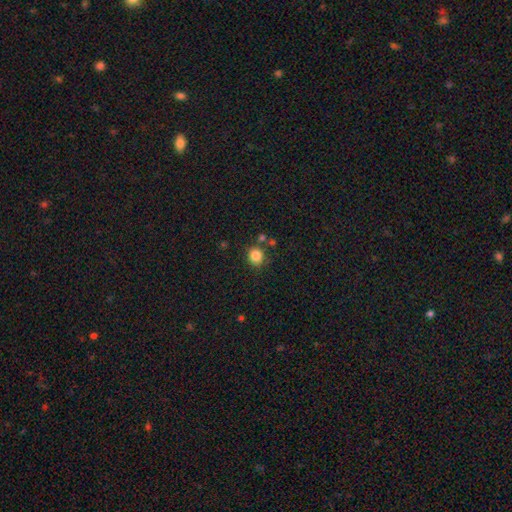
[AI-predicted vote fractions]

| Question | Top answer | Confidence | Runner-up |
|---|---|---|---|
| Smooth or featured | smooth | 84% | star or artifact (11%) |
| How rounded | round | 82% | in between (17%) |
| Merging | none | 79% | minor disturbance (10%) |